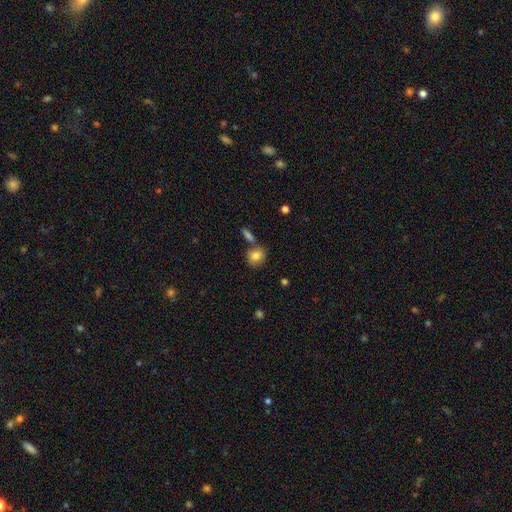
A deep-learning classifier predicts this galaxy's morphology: This appears to be a smooth galaxy with no disk features (81%) that is round (73%). Merging: none (70%).